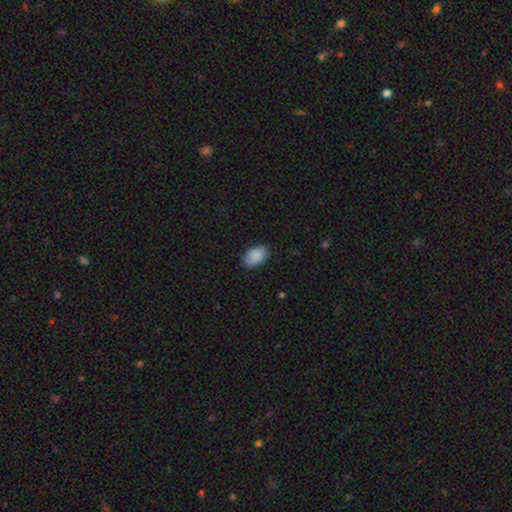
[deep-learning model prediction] Q: Smooth or featured?
A: smooth (89%); runner-up: star or artifact (7%)
Q: How rounded?
A: in between (90%); runner-up: round (9%)
Q: Merging?
A: none (83%); runner-up: minor disturbance (13%)